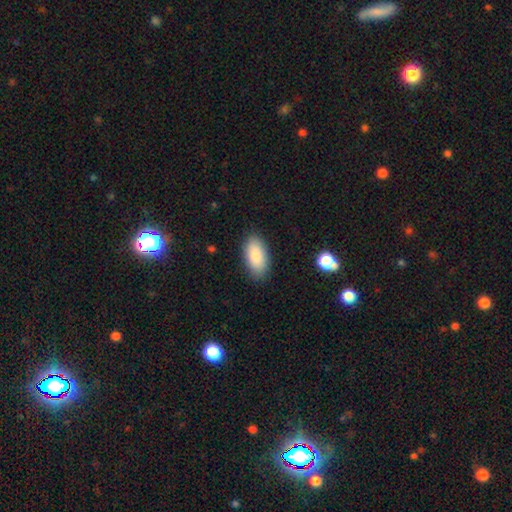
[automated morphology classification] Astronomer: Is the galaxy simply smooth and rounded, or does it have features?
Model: smooth — 86%.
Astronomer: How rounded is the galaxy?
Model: in between — 94%.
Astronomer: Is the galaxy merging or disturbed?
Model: none — 86%.